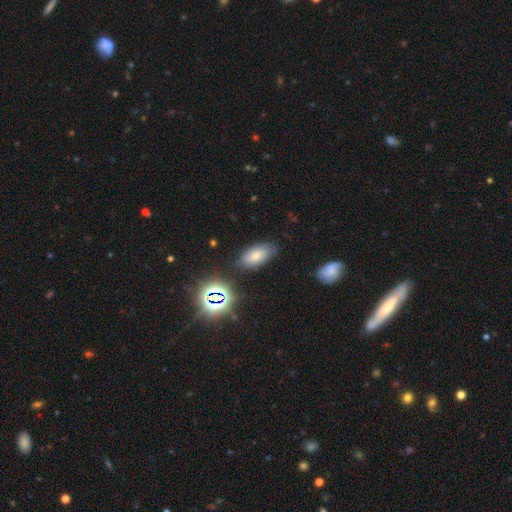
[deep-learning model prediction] Smooth or featured? smooth (56%)
How rounded? in between (90%)
Merging? none (81%)